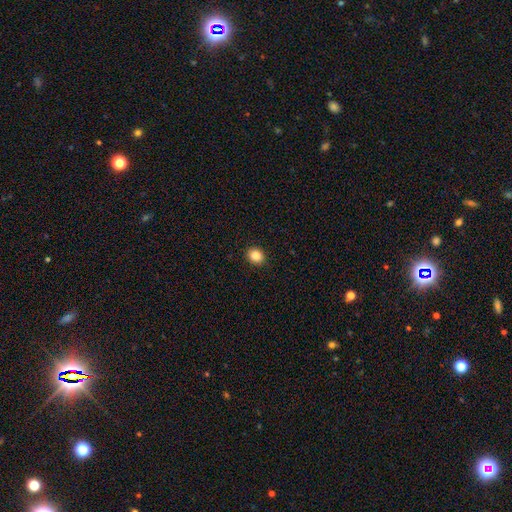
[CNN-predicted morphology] Smooth or featured?
  - smooth: 87% *
  - star or artifact: 10%
  - featured or disk: 3%
How rounded?
  - round: 65% *
  - in between: 34%
  - cigar-shaped: 1%
Merging?
  - none: 91% *
  - minor disturbance: 6%
  - major disturbance: 2%
  - merger: 1%